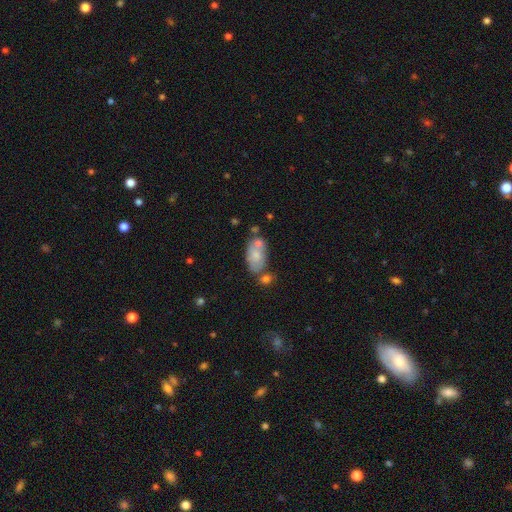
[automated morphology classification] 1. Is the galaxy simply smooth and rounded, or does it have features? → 68% smooth, 25% featured or disk, 8% star or artifact.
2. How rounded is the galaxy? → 91% in between, 6% round, 3% cigar-shaped.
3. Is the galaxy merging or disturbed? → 44% none, 29% merger, 20% minor disturbance, 7% major disturbance.